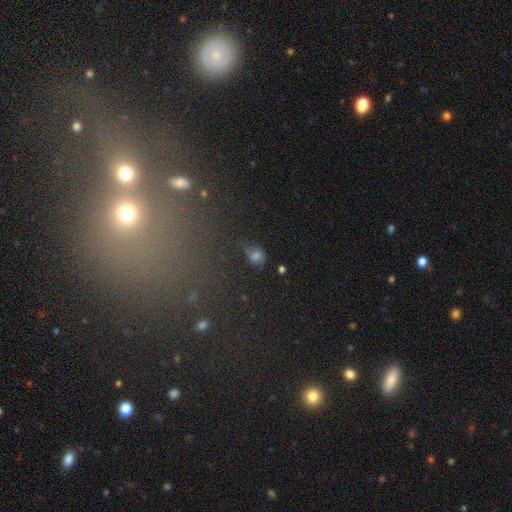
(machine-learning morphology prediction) This is possibly a smooth galaxy (52%). How rounded: possibly round (53%). Merging: possibly none (47%).